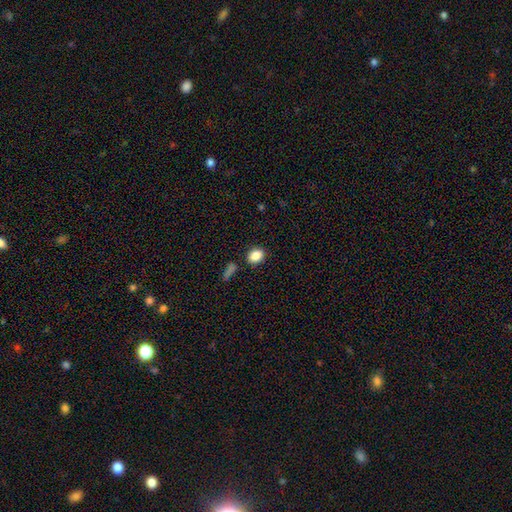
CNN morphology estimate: Smooth or featured: smooth — 86% (star or artifact — 9%)
How rounded: in between — 59% (round — 40%)
Merging: none — 83% (minor disturbance — 9%)